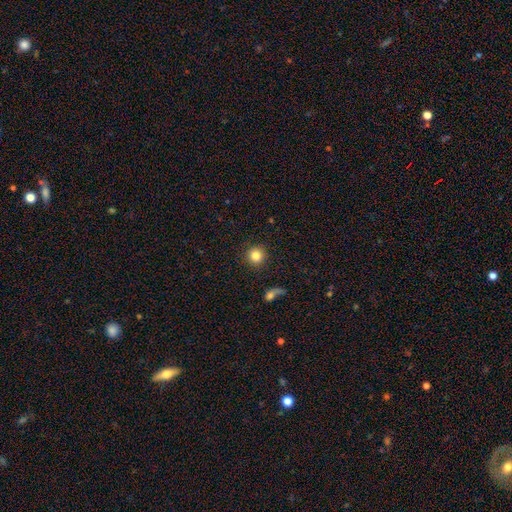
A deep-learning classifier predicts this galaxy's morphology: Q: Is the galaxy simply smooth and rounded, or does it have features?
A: smooth — 83%.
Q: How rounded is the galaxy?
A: round — 94%.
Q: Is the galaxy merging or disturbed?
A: none — 90%.